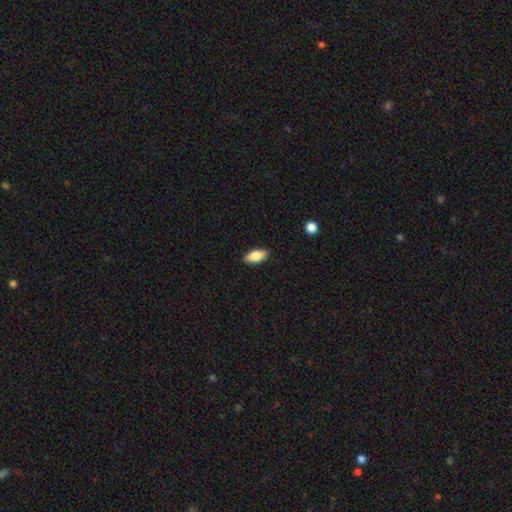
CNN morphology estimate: Smooth or featured: smooth — 79% (featured or disk — 15%)
How rounded: in between — 85% (cigar-shaped — 13%)
Merging: none — 88% (minor disturbance — 9%)